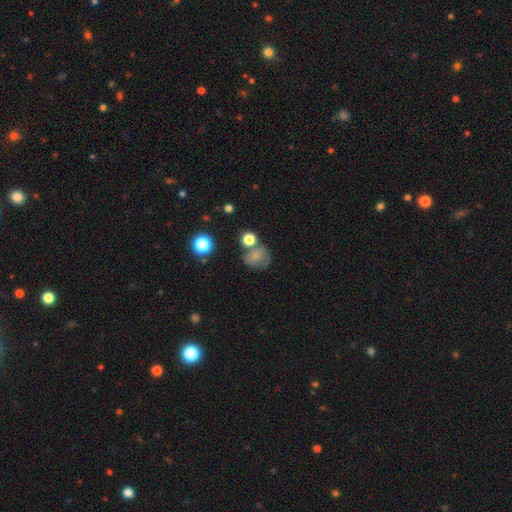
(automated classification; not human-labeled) smooth_or_featured: smooth (p=0.71) [alt: featured or disk p=0.16]
how_rounded: round (p=0.73) [alt: in between p=0.26]
merging: none (p=0.52) [alt: merger p=0.19]